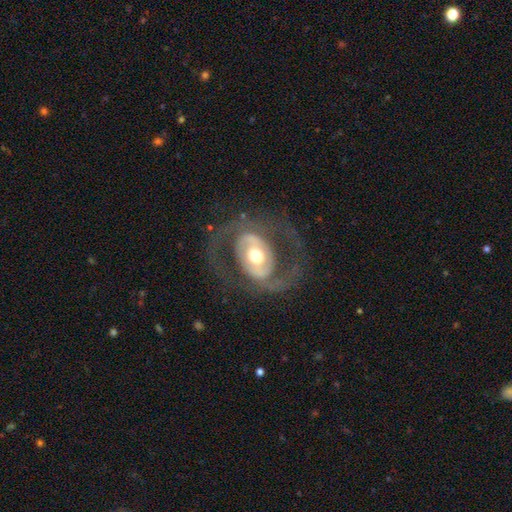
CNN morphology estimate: Smooth or featured? Predicted: featured or disk (p=0.79). Edge-on disk? Predicted: no (p=0.95). Bar? Predicted: no (p=0.54). Spiral arms? Predicted: yes (p=0.64). Bulge size? Predicted: moderate (p=0.63). Merging? Predicted: none (p=0.71).